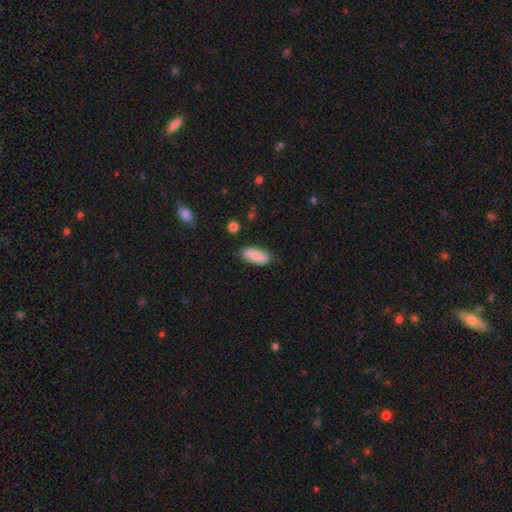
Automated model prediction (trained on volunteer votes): smooth 85%, featured or disk 9%, star or artifact 6%. Down the decision tree: how rounded — in between (81%); merging — none (85%).